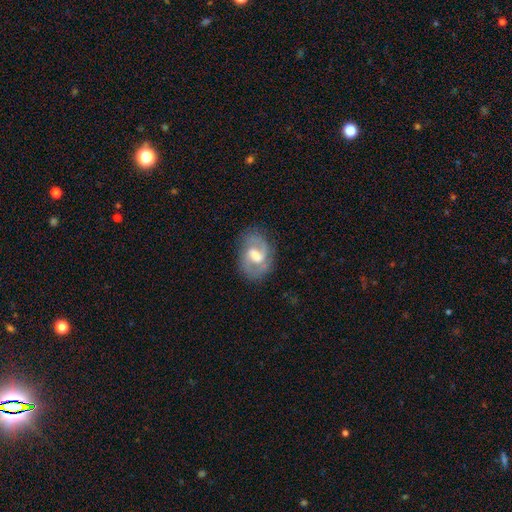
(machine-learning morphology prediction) featured or disk 78%, smooth 17%, star or artifact 6%. Down the decision tree: edge-on disk — no (97%); bar — weak (58%); spiral arms — yes (90%); spiral arm count — 2 (82%); spiral winding — medium (52%); bulge size — moderate (58%); merging — none (75%).